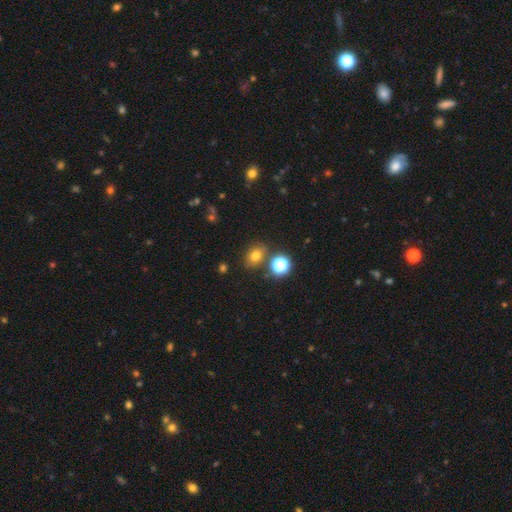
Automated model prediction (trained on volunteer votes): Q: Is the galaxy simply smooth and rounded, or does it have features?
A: smooth — 72%.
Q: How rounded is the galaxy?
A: in between — 50%.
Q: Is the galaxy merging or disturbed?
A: none — 76%.